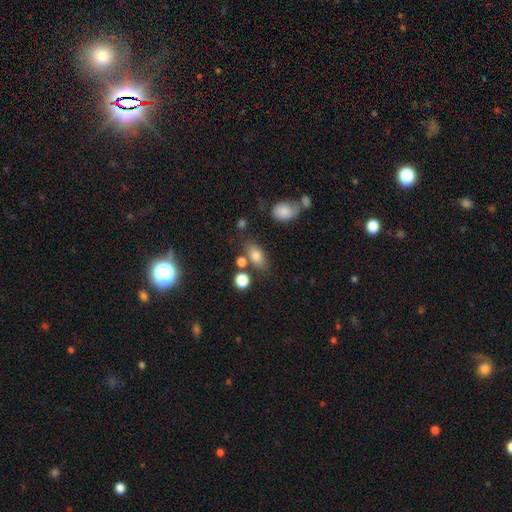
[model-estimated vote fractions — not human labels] smooth-or-featured: smooth: 78% | featured or disk: 12% | star or artifact: 10%
  how-rounded: in between: 82% | round: 12% | cigar-shaped: 6%
  merging: none: 68% | minor disturbance: 14% | merger: 13% | major disturbance: 5%